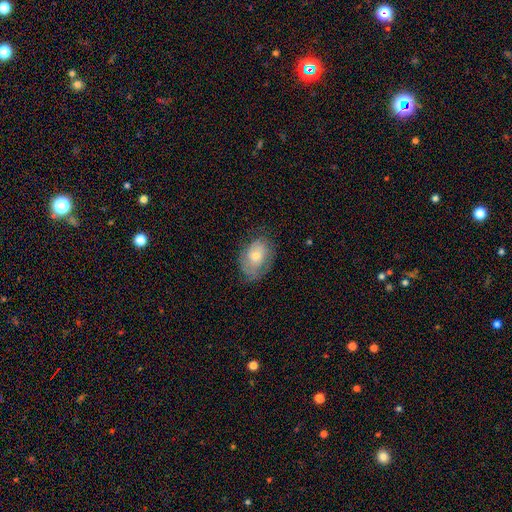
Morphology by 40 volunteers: This is possibly a smooth galaxy (45%, tied with featured or disk). How rounded: clearly in between (94%). Merging: possibly none (56%).